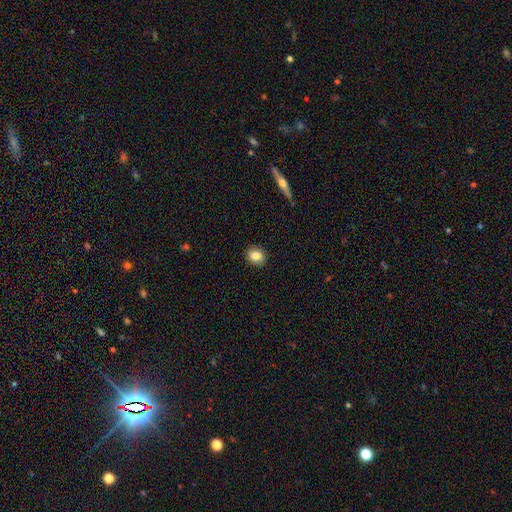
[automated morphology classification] This is clearly a smooth galaxy (83%). How rounded: likely round (68%). Merging: clearly none (91%).